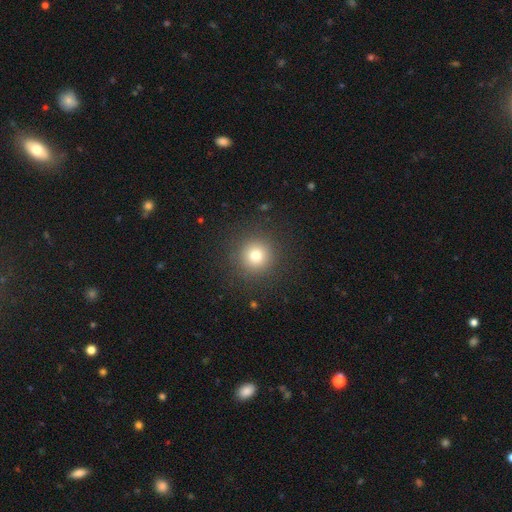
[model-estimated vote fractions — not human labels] smooth-or-featured: smooth: 78% | star or artifact: 14% | featured or disk: 8%
  how-rounded: round: 95% | in between: 4% | cigar-shaped: 1%
  merging: none: 90% | minor disturbance: 6% | major disturbance: 3% | merger: 1%